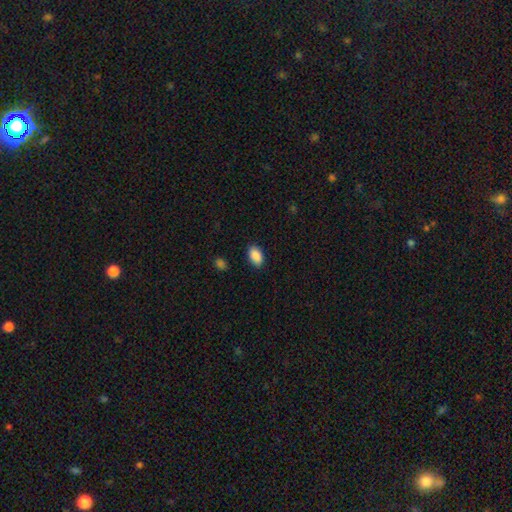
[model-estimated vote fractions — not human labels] smooth_or_featured: smooth (p=0.90) [alt: star or artifact p=0.07]
how_rounded: in between (p=0.92) [alt: round p=0.07]
merging: none (p=0.87) [alt: minor disturbance p=0.09]